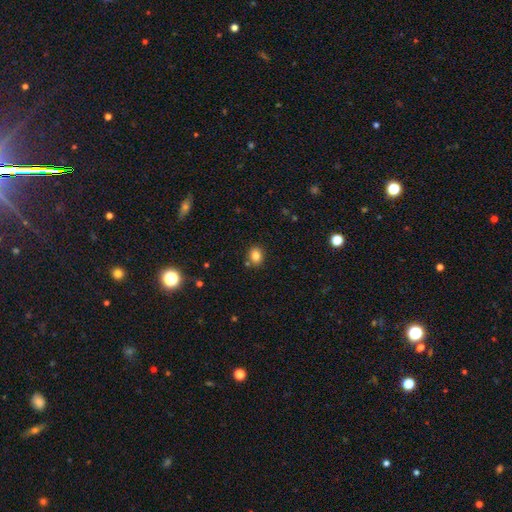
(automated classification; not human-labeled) smooth-or-featured: smooth: 82% | star or artifact: 12% | featured or disk: 6%
  how-rounded: round: 59% | in between: 40% | cigar-shaped: 1%
  merging: none: 82% | minor disturbance: 9% | merger: 6% | major disturbance: 2%